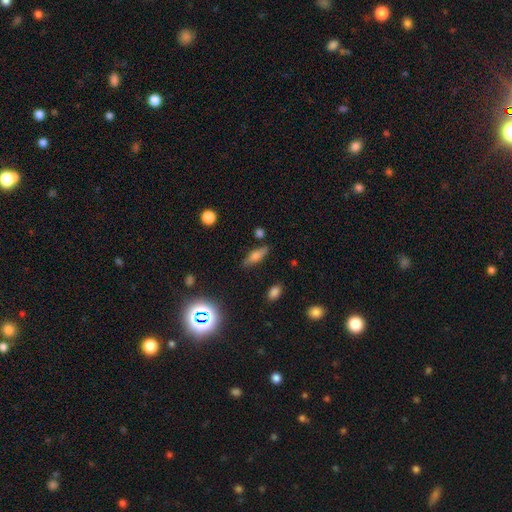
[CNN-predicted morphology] This appears to be a smooth galaxy with no disk features (58%) that is in between round and cigar-shaped (53%). Merging: none (79%).